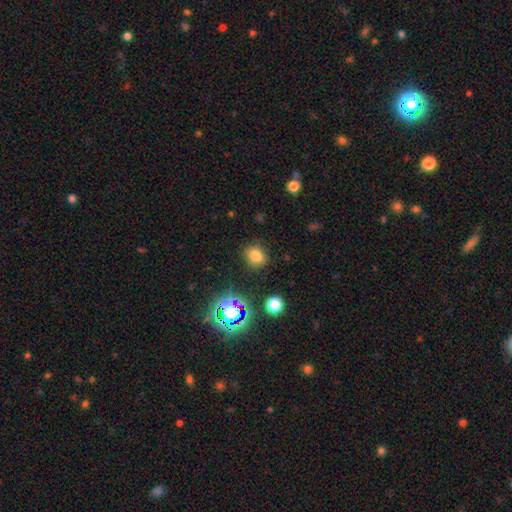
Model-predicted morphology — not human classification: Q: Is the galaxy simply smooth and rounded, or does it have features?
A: smooth — 76%.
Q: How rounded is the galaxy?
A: round — 61%.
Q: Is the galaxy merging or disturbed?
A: none — 84%.